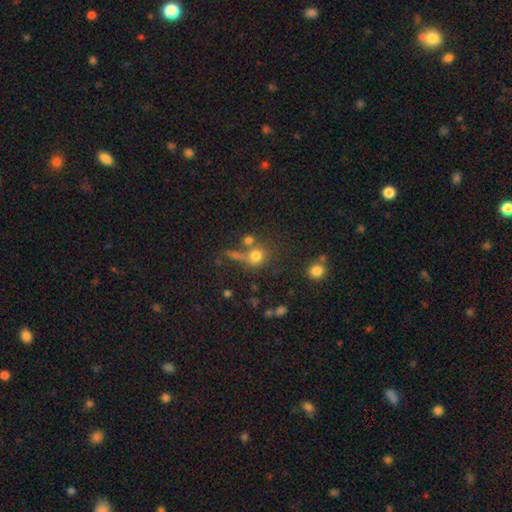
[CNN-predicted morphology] Overall: smooth (74%). How rounded: round (84%). Merging: none (54%; merger 25%).